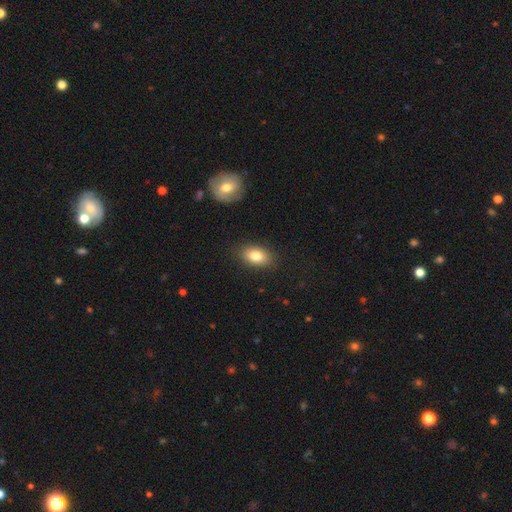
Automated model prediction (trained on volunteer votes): The model was most divided on "smooth or featured": smooth: 81%, featured or disk: 11%, star or artifact: 8%. More confident: merging — none (86%); how rounded — in between (85%).